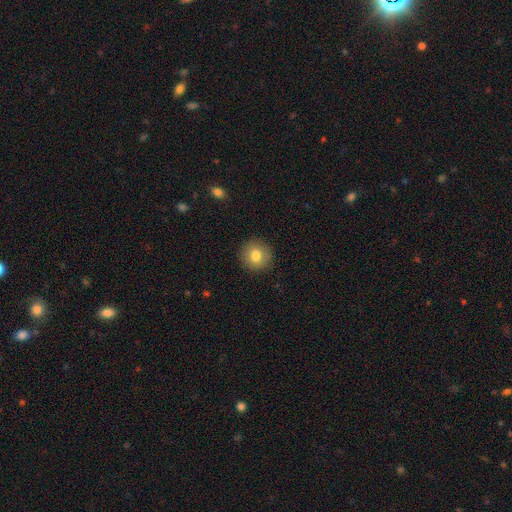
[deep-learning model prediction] smooth-or-featured: smooth: 80% | featured or disk: 10% | star or artifact: 9%
  how-rounded: round: 94% | in between: 5% | cigar-shaped: 1%
  merging: none: 91% | minor disturbance: 6% | major disturbance: 2% | merger: 1%